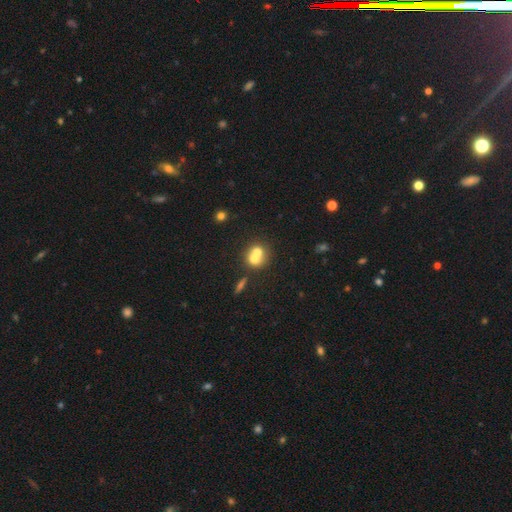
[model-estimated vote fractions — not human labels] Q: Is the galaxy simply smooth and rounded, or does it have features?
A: smooth — 64%.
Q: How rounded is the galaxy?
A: round — 76%.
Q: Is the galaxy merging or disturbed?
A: merger — 66%.